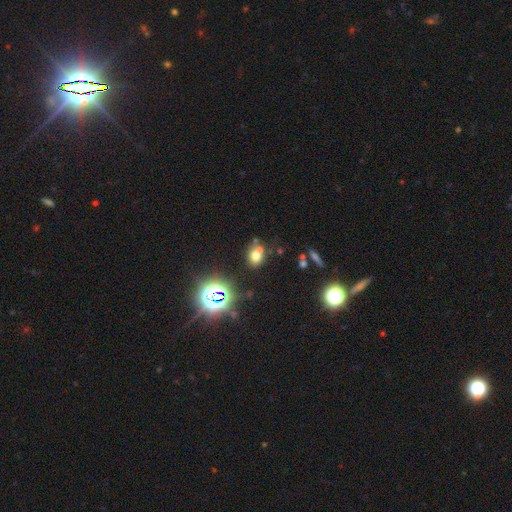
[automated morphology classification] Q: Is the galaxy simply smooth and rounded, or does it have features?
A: smooth — 64%.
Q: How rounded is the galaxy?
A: in between — 50%.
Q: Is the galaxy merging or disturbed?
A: none — 53%.